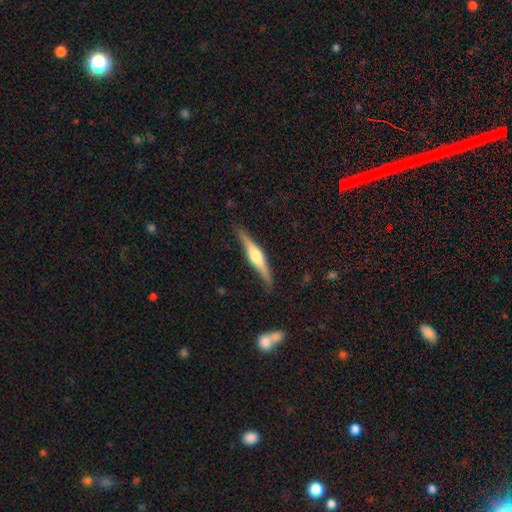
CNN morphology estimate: A featured or disk galaxy (72%) viewed edge-on (97%) with a rounded central bulge (86%).

Vote fractions:
- Smooth or featured? featured or disk: 72% / smooth: 23% / star or artifact: 5%
- Edge-on disk? yes: 97% / no: 3%
- Edge-on bulge? rounded: 86% / boxy: 10% / none: 4%
- Merging? none: 87% / minor disturbance: 10% / major disturbance: 2% / merger: 1%